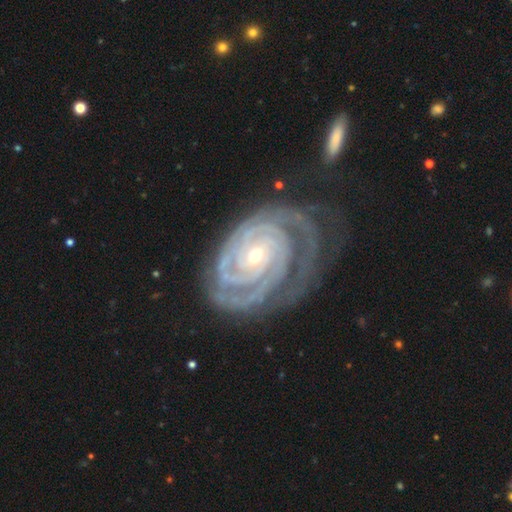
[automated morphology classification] smooth-or-featured: featured or disk: 92% | star or artifact: 5% | smooth: 3%
  disk-edge-on: no: 97% | yes: 3%
    bar: no: 63% | weak: 24% | strong: 13%
    has-spiral-arms: yes: 98% | no: 2%
      spiral-winding: tight: 85% | medium: 13% | loose: 2%
      spiral-arm-count: 2: 30% | 3: 27% | can't tell: 16% | 4: 14% | more than 4: 7% | 1: 6%
    bulge-size: small: 65% | moderate: 33% | large: 1% | none: 1% | dominant: 1%
  merging: none: 63% | minor disturbance: 22% | major disturbance: 12% | merger: 3%